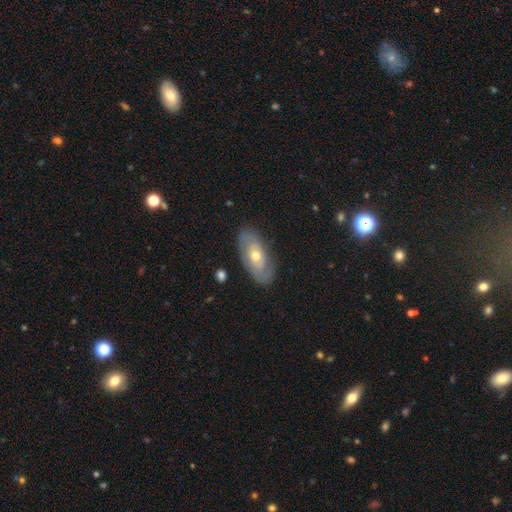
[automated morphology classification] This is likely a featured or disk galaxy (70%). It is clearly not viewed edge-on (90%). Bar: likely no (76%). Spiral arm pattern: likely yes (71%). Central bulge: likely moderate (64%). Merging: clearly none (83%).